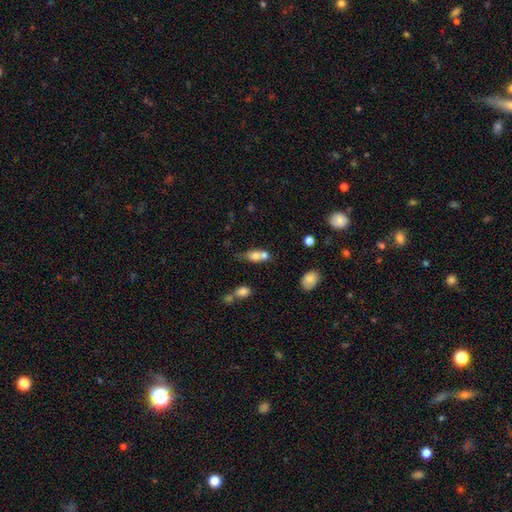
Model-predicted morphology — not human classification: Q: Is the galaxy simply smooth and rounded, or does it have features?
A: smooth — 71%.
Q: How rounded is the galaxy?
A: in between — 68%.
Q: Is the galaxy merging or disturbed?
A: merger — 56%.